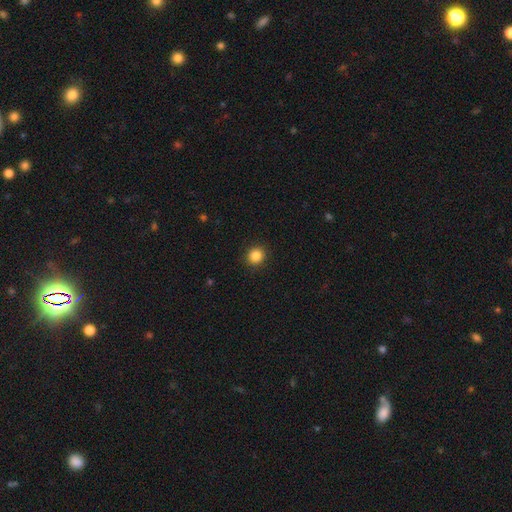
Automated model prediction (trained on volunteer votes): Morphology: type=smooth (86%); roundness=round (89%); merging=none (91%).